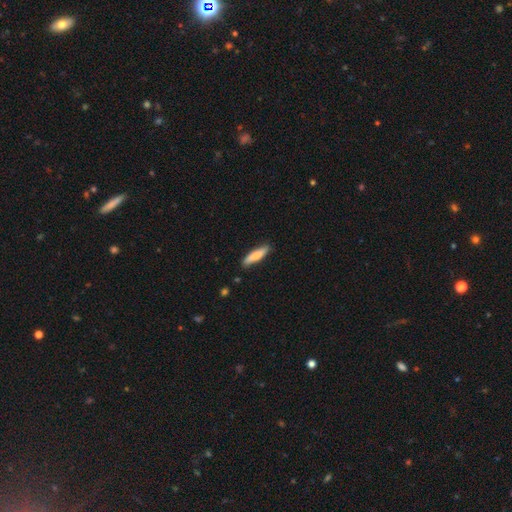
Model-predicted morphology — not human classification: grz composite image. It shows a smooth galaxy with no disk features (73%) that is cigar-shaped (79%). Merging: none (86%).